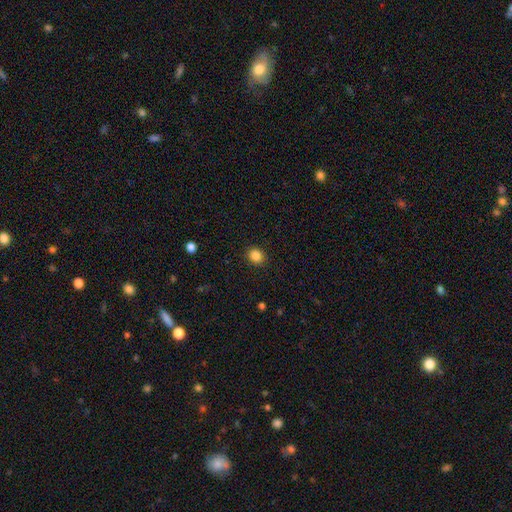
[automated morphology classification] smooth_or_featured: smooth (p=0.85) [alt: star or artifact p=0.11]
how_rounded: round (p=0.75) [alt: in between p=0.24]
merging: none (p=0.90) [alt: minor disturbance p=0.06]